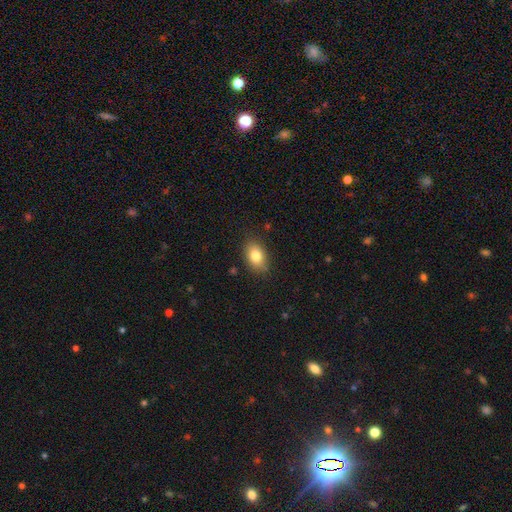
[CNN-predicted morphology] Smooth or featured?
  - smooth: 81% *
  - featured or disk: 10%
  - star or artifact: 8%
How rounded?
  - in between: 83% *
  - round: 16%
  - cigar-shaped: 1%
Merging?
  - none: 83% *
  - minor disturbance: 13%
  - major disturbance: 3%
  - merger: 1%